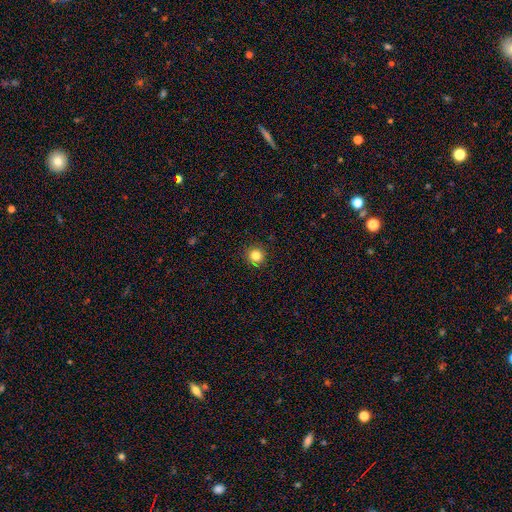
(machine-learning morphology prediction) Smooth or featured? smooth (83%)
How rounded? round (95%)
Merging? none (91%)